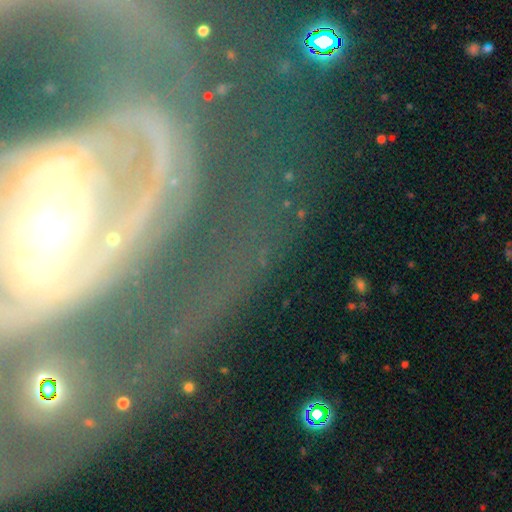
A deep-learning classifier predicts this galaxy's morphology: featured or disk 69%, star or artifact 16%, smooth 15%. Down the decision tree: edge-on disk — no (87%); bar — strong (43%); spiral arms — yes (80%); bulge size — moderate (48%); merging — none (65%).